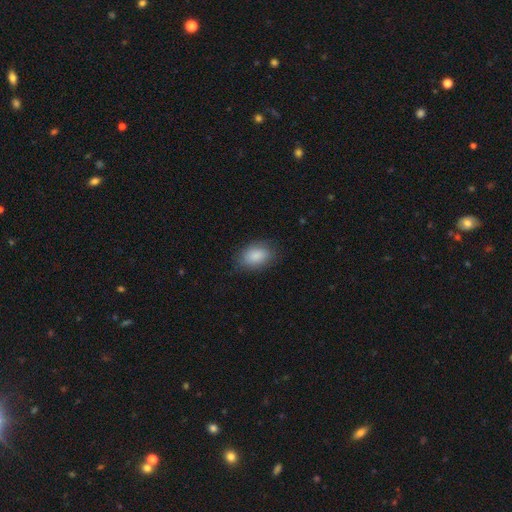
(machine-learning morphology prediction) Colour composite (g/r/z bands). It shows a smooth galaxy with no disk features (87%) that is in between round and cigar-shaped (86%). Merging: none (81%).